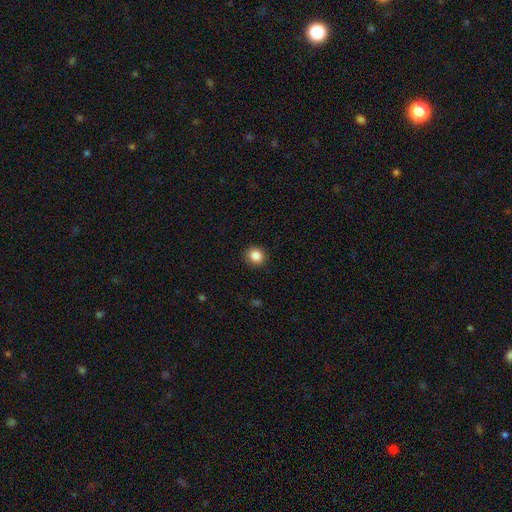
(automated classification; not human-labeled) This appears to be a smooth galaxy with no disk features (86%) that is round (86%). Merging: none (91%).